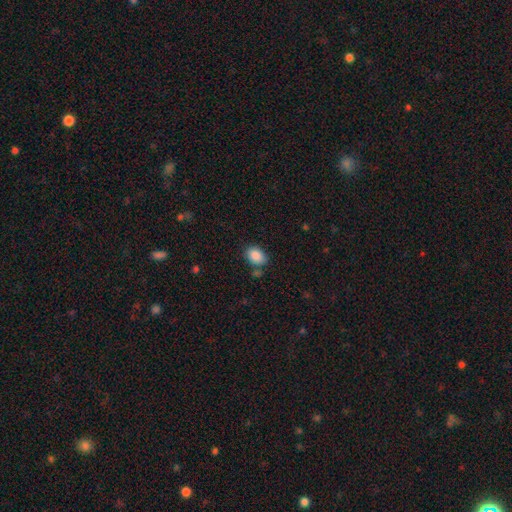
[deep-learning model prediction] Smooth or featured?
  - smooth: 89% *
  - star or artifact: 8%
  - featured or disk: 4%
How rounded?
  - in between: 80% *
  - round: 19%
  - cigar-shaped: 1%
Merging?
  - none: 74% *
  - minor disturbance: 15%
  - merger: 7%
  - major disturbance: 4%